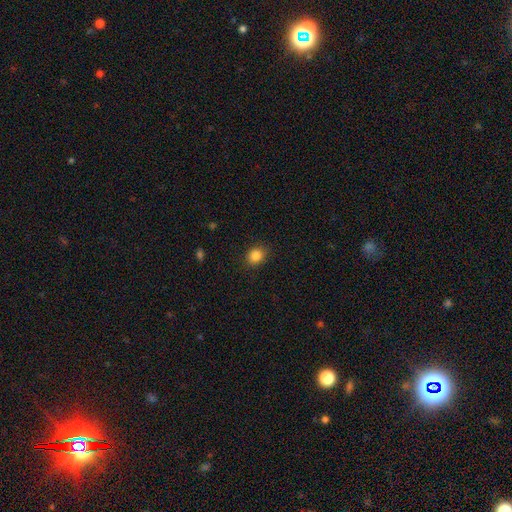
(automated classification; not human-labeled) A smooth galaxy with no disk features (85%) that is round (62%). Merging: none (88%).